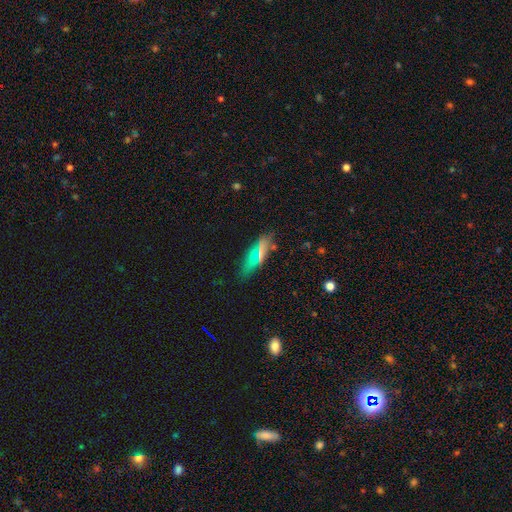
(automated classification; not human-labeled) Smooth or featured? Predicted: smooth (p=0.63). How rounded? Predicted: in between (p=0.58). Merging? Predicted: none (p=0.83).